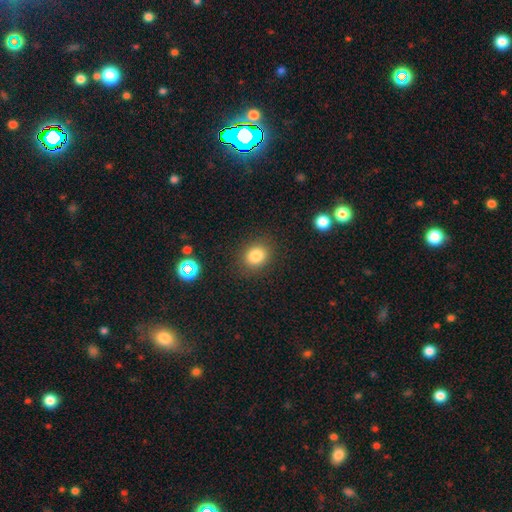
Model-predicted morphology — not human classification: This is clearly a smooth galaxy (83%). How rounded: likely round (61%). Merging: clearly none (86%).